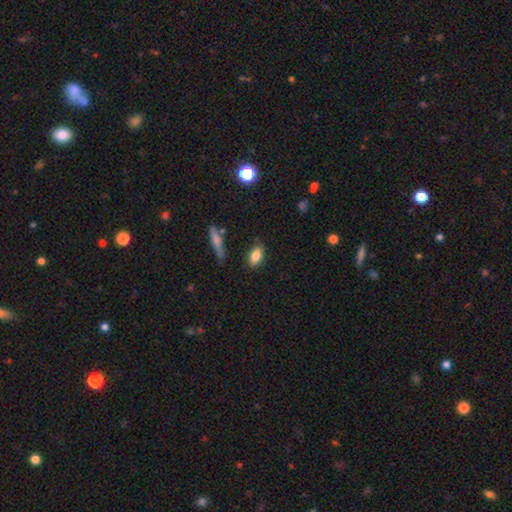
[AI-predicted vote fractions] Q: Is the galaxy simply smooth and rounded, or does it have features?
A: smooth — 82%.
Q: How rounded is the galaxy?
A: in between — 85%.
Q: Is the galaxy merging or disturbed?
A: none — 82%.